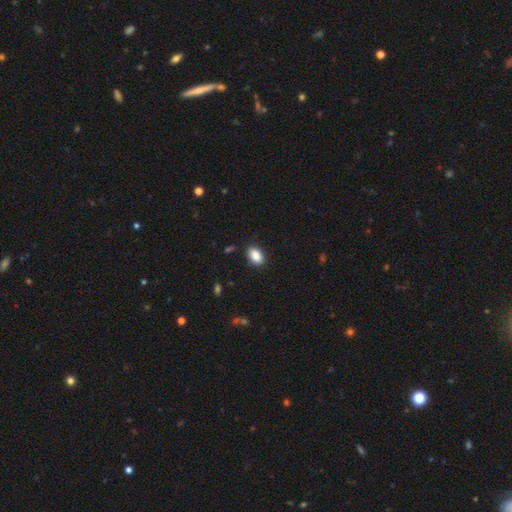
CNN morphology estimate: smooth 88%, star or artifact 8%, featured or disk 4%. Down the decision tree: how rounded — in between (90%); merging — none (87%).